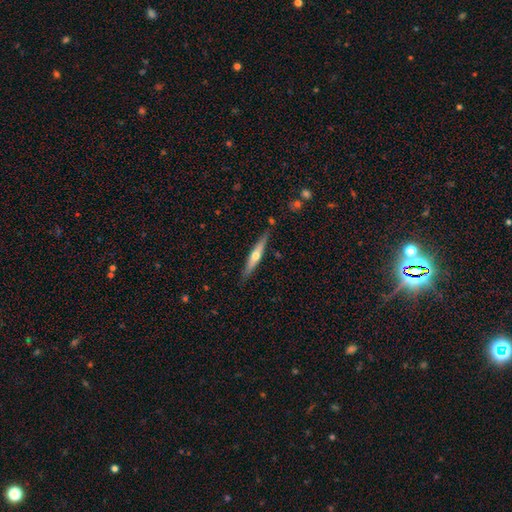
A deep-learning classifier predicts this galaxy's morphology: Smooth or featured? featured or disk (59%)
Edge-on disk? yes (95%)
Edge-on bulge? rounded (88%)
Merging? none (86%)